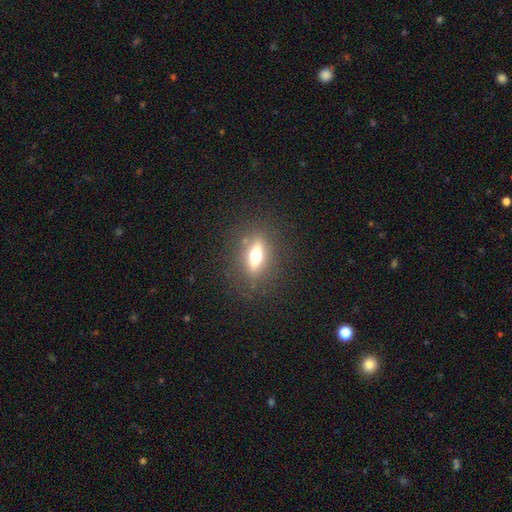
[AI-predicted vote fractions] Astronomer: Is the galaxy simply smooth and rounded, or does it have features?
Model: smooth — 47% (runner-up: featured or disk, 42%).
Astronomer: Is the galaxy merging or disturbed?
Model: none — 83%.